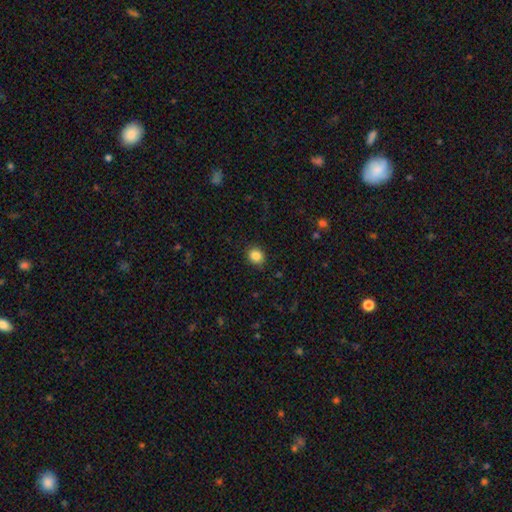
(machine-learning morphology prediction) smooth-or-featured: smooth: 86% | star or artifact: 10% | featured or disk: 4%
  how-rounded: round: 76% | in between: 24% | cigar-shaped: 1%
  merging: none: 89% | minor disturbance: 8% | major disturbance: 2% | merger: 1%